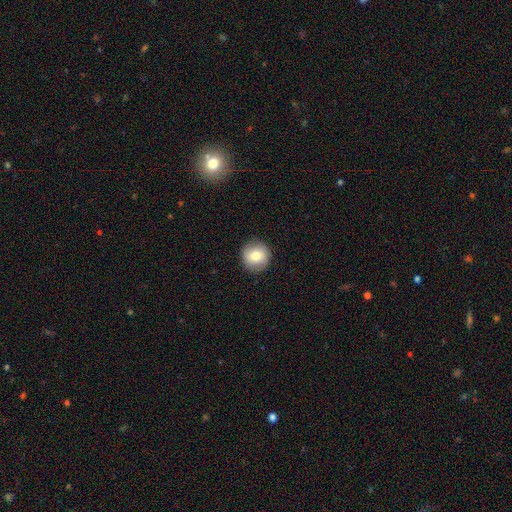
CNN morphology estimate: A smooth galaxy with no disk features (73%) that is round (94%).

Vote fractions:
- Smooth or featured? smooth: 73% / featured or disk: 19% / star or artifact: 8%
- How rounded? round: 94% / in between: 5% / cigar-shaped: 1%
- Merging? none: 89% / minor disturbance: 7% / major disturbance: 2% / merger: 1%